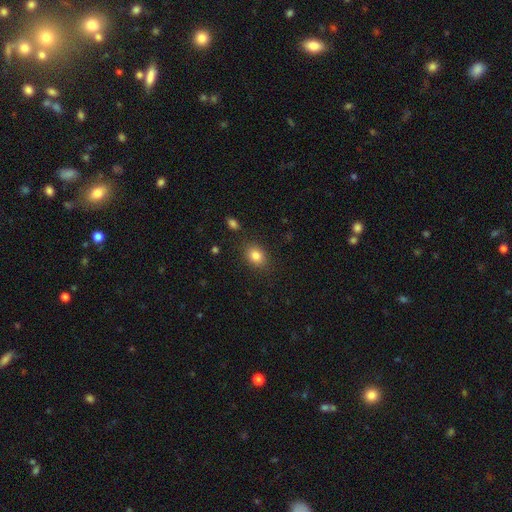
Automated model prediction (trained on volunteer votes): Smooth or featured? smooth (83%)
How rounded? in between (60%)
Merging? none (84%)